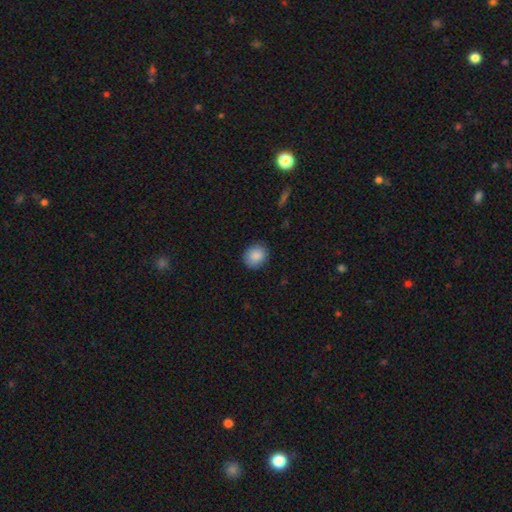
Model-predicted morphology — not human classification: This is clearly a smooth galaxy (88%). How rounded: likely round (70%). Merging: clearly none (87%).